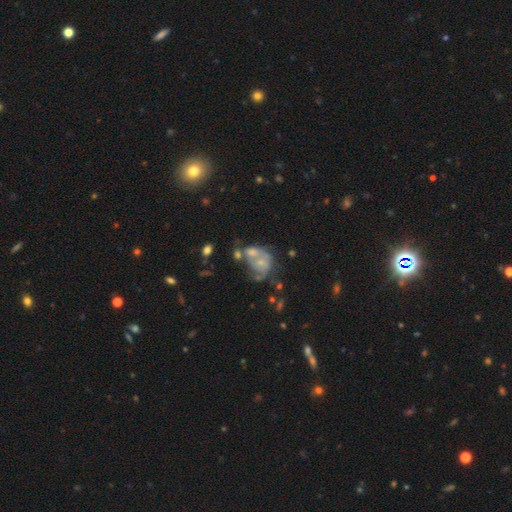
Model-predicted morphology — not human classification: Smooth or featured? featured or disk (60%)
Edge-on disk? no (97%)
Bar? no (76%)
Spiral arms? yes (62%)
Bulge size? small (49%)
Merging? merger (31%, tied with none)